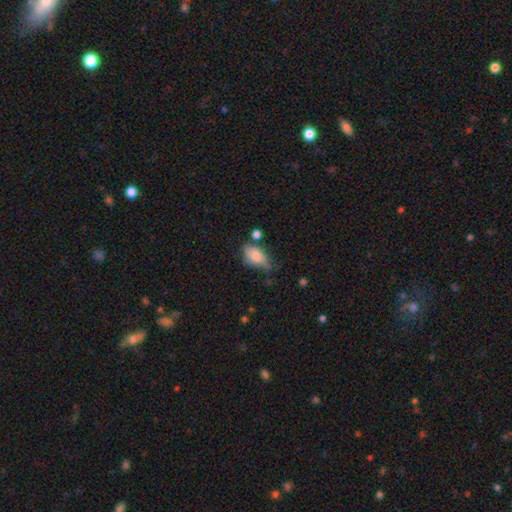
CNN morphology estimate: smooth 76%, featured or disk 16%, star or artifact 8%. Down the decision tree: how rounded — in between (88%); merging — none (39%).